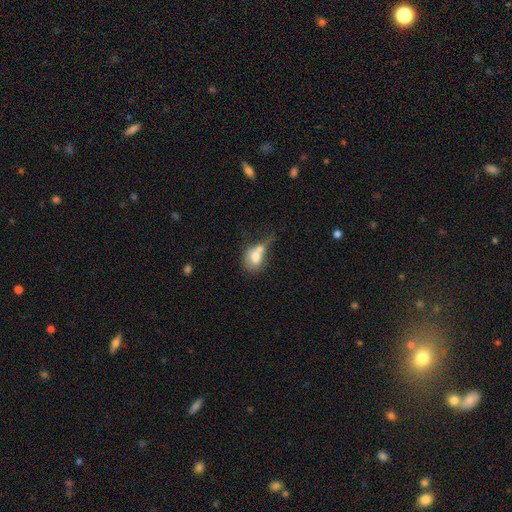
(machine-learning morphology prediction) Overall: smooth (69%). How rounded: in between (65%; round 32%). Merging: merger (44%; major disturbance 21%).